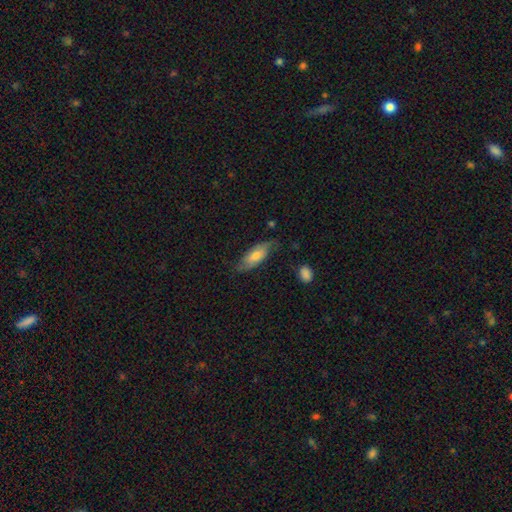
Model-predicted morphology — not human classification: This appears to be a smooth galaxy with no disk features (62%) that is in between round and cigar-shaped (72%). Merging: none (66%).